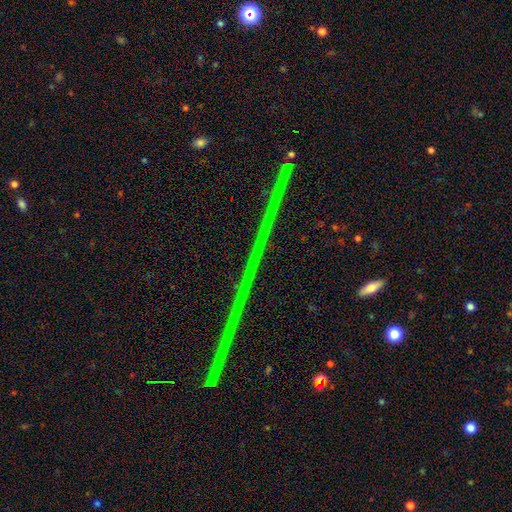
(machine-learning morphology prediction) Smooth or featured?
  - star or artifact: 83% *
  - featured or disk: 10%
  - smooth: 6%